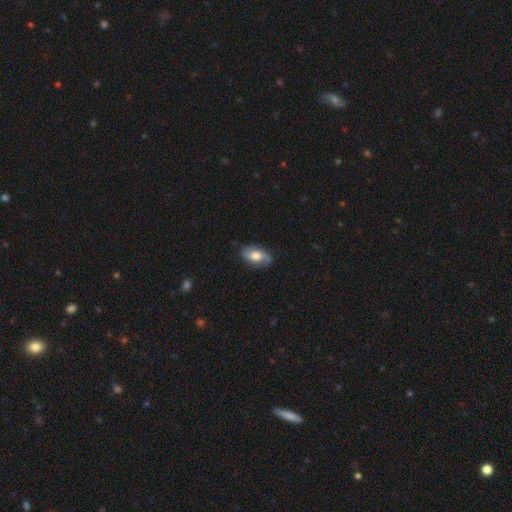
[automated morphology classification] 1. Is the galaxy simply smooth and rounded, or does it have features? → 56% featured or disk, 37% smooth, 7% star or artifact.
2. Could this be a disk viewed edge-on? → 94% no, 6% yes.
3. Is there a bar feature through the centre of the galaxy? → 61% no, 32% weak, 7% strong.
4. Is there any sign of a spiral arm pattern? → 84% yes, 16% no.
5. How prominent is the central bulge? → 47% moderate, 40% large, 7% small, 3% dominant, 2% none.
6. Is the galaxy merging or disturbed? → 79% none, 16% minor disturbance, 4% major disturbance, 1% merger.